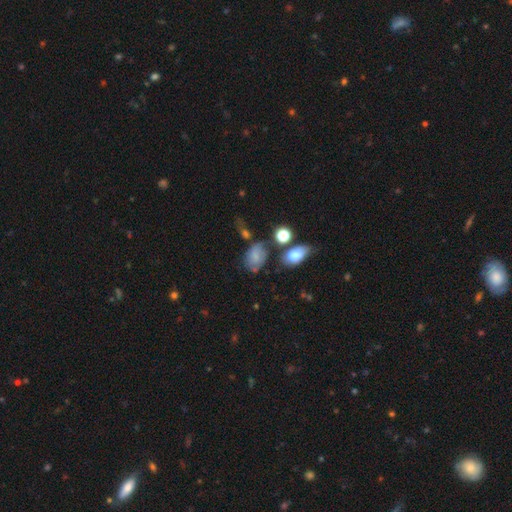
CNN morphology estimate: Smooth or featured: smooth — 67% (featured or disk — 20%)
How rounded: in between — 73% (round — 26%)
Merging: none — 51% (minor disturbance — 26%)